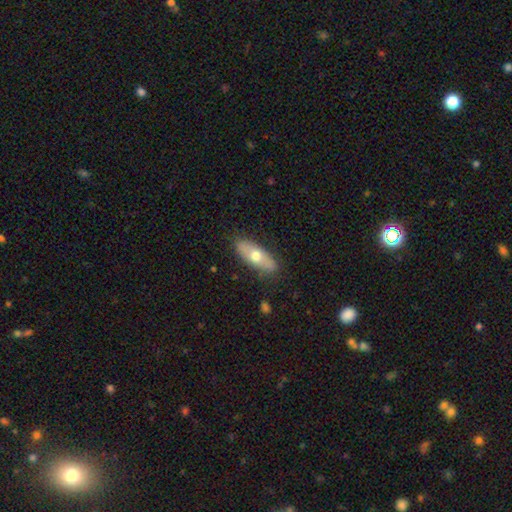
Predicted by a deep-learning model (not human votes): A smooth galaxy with no disk features (60%) that is in between round and cigar-shaped (70%). Merging: none (85%).